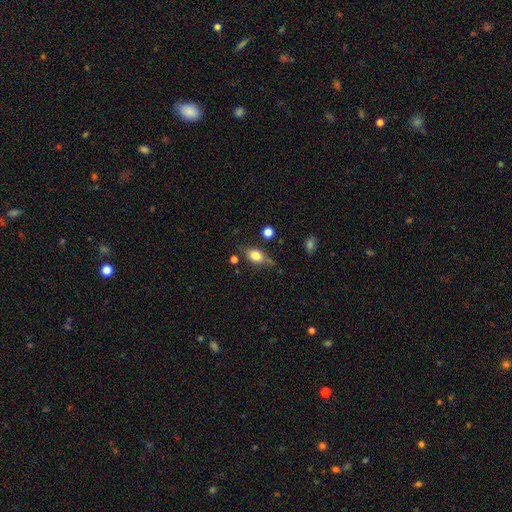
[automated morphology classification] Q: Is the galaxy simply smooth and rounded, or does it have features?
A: smooth — 77%.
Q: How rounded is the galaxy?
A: in between — 78%.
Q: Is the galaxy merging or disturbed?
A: none — 68%.